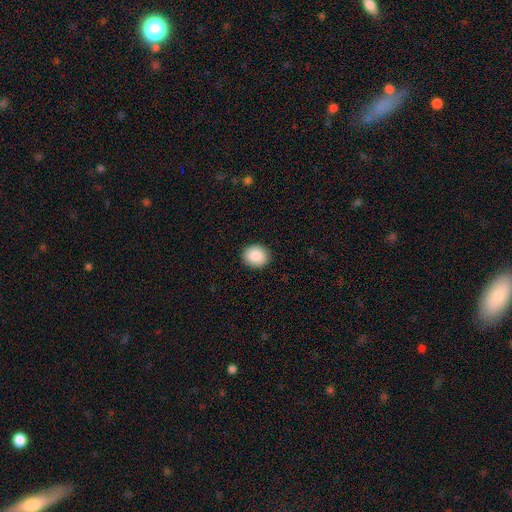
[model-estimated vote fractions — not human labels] This appears to be a smooth galaxy with no disk features (88%) that is round (76%). Merging: none (91%).